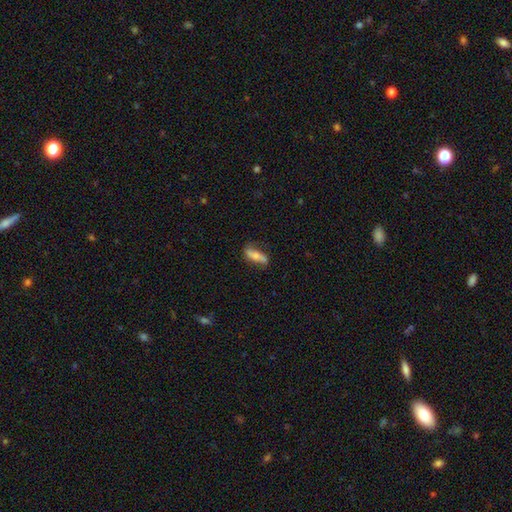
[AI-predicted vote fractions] smooth-or-featured: smooth: 53% | featured or disk: 40% | star or artifact: 7%
  how-rounded: in between: 56% | cigar-shaped: 41% | round: 3%
  merging: none: 66% | minor disturbance: 24% | major disturbance: 8% | merger: 3%